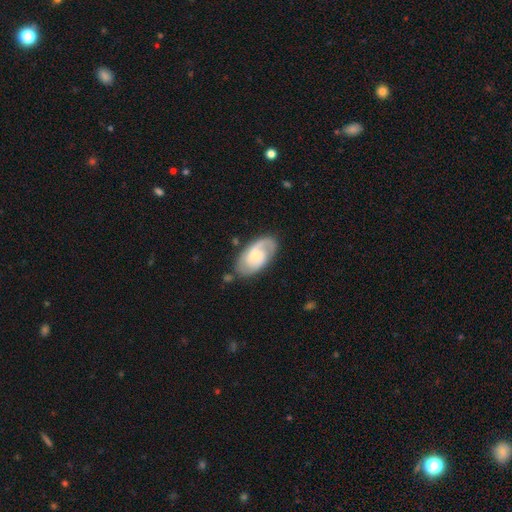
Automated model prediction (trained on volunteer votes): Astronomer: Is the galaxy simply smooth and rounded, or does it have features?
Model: featured or disk — 77%.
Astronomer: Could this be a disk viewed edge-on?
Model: no — 96%.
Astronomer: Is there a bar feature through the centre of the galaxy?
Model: no — 52% (runner-up: weak, 41%).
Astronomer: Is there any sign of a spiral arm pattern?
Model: yes — 94%.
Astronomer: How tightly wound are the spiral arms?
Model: medium — 46% (runner-up: tight, 38%).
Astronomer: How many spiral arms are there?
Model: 2 — 69%.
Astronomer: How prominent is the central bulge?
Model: small — 45% (runner-up: moderate, 39%).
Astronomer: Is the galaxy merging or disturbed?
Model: none — 73%.